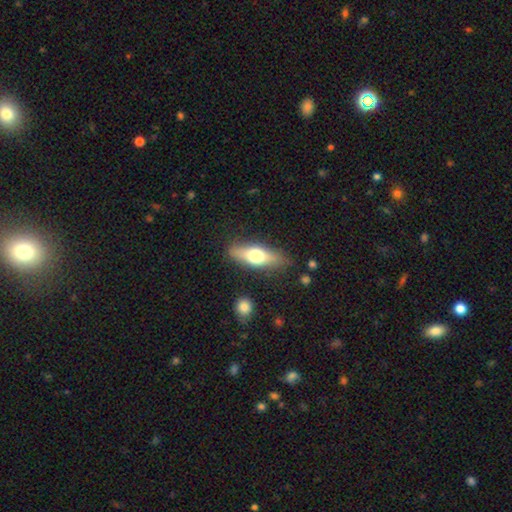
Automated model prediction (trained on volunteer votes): A smooth galaxy with no disk features (58%) that is in between round and cigar-shaped (56%). Merging: none (82%).